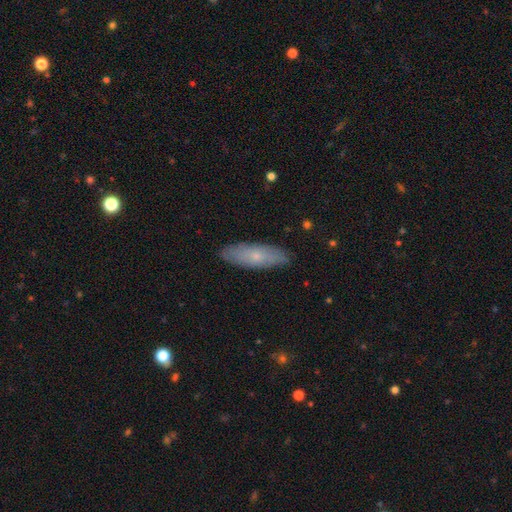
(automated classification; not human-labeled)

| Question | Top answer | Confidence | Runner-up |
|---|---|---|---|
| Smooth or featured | smooth | 60% | featured or disk (33%) |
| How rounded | cigar-shaped | 51% | in between (47%) |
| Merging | none | 87% | minor disturbance (10%) |